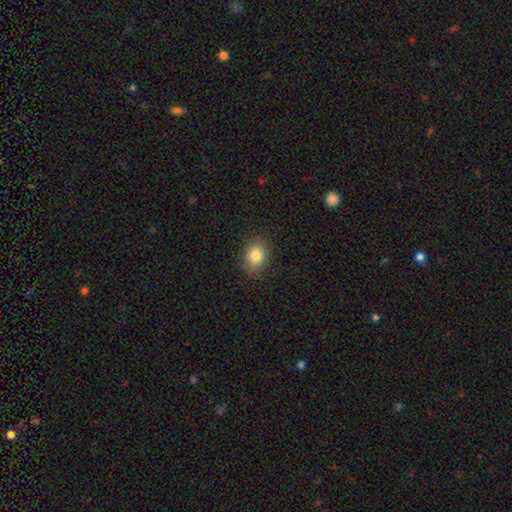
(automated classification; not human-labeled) Smooth or featured?
  - smooth: 83% *
  - star or artifact: 10%
  - featured or disk: 7%
How rounded?
  - in between: 59% *
  - round: 40%
  - cigar-shaped: 1%
Merging?
  - none: 87% *
  - minor disturbance: 9%
  - major disturbance: 3%
  - merger: 1%